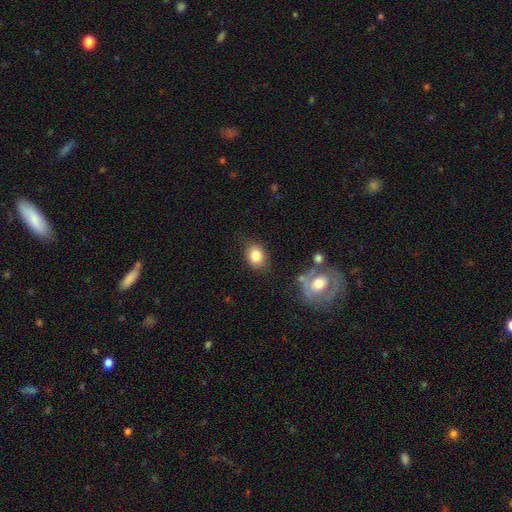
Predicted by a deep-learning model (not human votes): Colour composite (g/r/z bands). It shows a smooth galaxy with no disk features (81%) that is in between round and cigar-shaped (61%). Merging: none (77%).